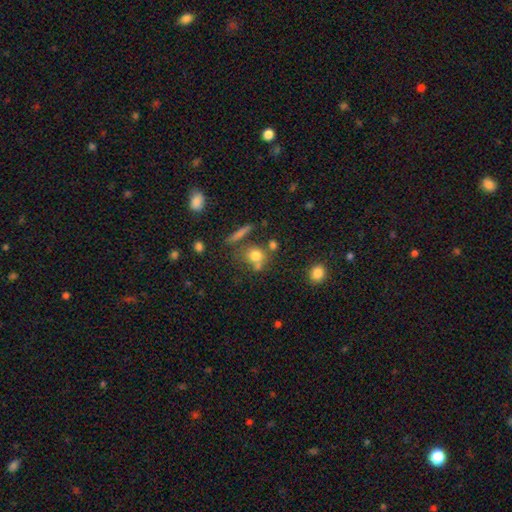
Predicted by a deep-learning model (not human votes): This is likely a smooth galaxy (73%). How rounded: likely round (75%). Merging: possibly none (55%).